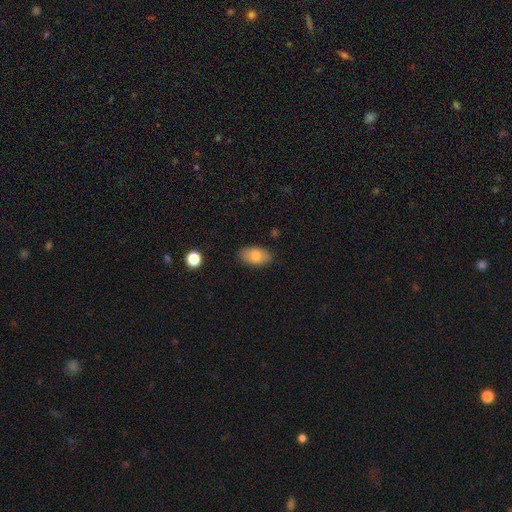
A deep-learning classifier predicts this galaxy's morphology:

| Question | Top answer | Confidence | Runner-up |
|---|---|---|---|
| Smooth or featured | smooth | 78% | featured or disk (14%) |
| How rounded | in between | 92% | round (6%) |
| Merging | none | 85% | minor disturbance (11%) |